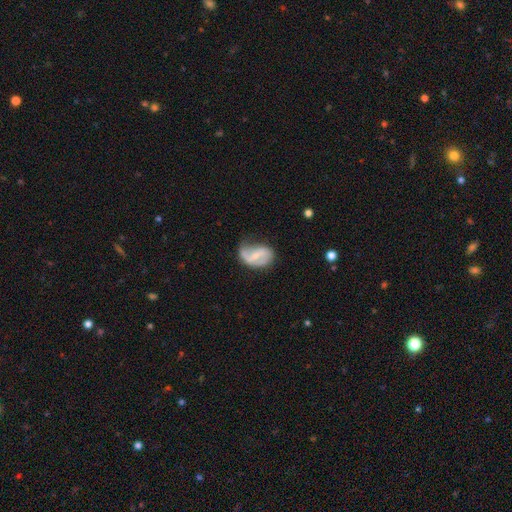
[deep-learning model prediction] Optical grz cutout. It shows a featured or disk galaxy (64%) with a weak bar (44%), spiral arms (76%) and a small central bulge (58%). Merging: none (36%).